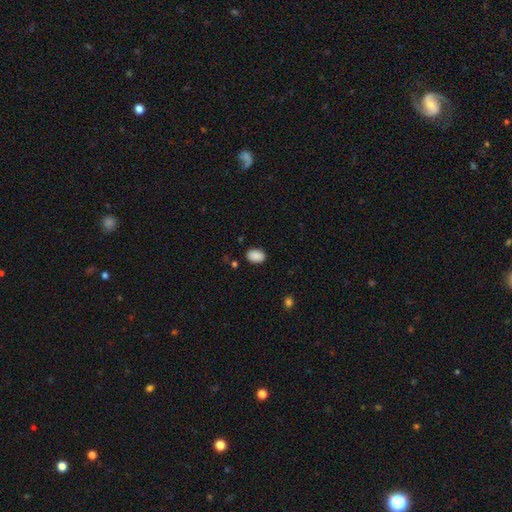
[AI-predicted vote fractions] The model was most divided on "how rounded": in between: 85%, round: 14%, cigar-shaped: 1%. More confident: smooth or featured — smooth (89%); merging — none (85%).